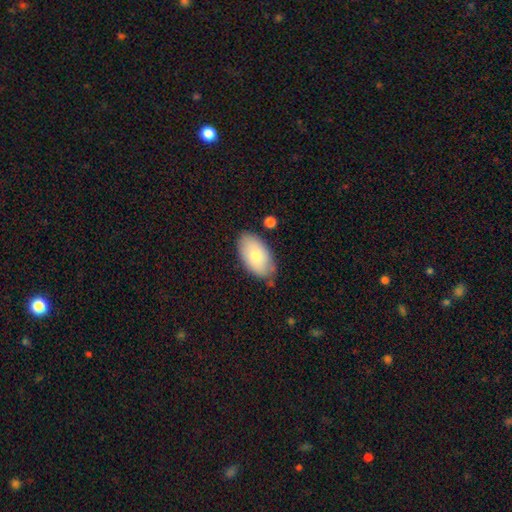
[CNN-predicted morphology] Smooth or featured?
  - smooth: 77% *
  - featured or disk: 17%
  - star or artifact: 6%
How rounded?
  - in between: 95% *
  - round: 3%
  - cigar-shaped: 2%
Merging?
  - none: 76% *
  - minor disturbance: 17%
  - merger: 4%
  - major disturbance: 3%